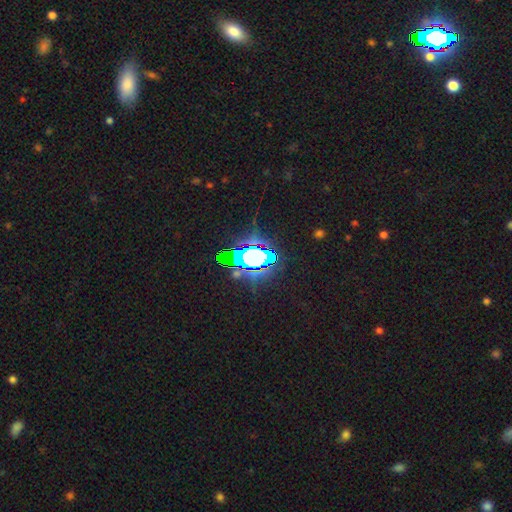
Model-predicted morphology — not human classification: Overall: star or artifact (66%).